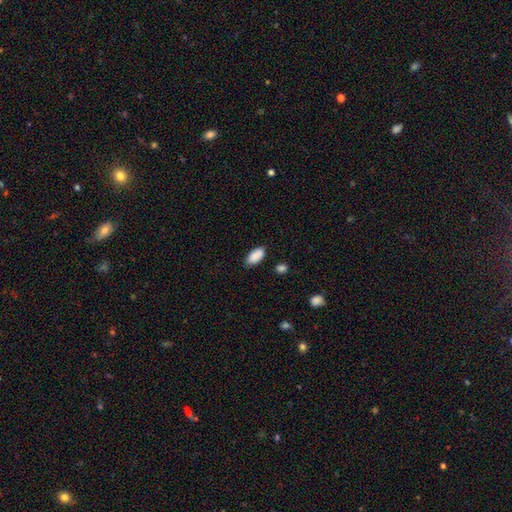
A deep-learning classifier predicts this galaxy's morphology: smooth-or-featured: smooth: 88% | star or artifact: 7% | featured or disk: 5%
  how-rounded: in between: 93% | cigar-shaped: 5% | round: 2%
  merging: none: 77% | minor disturbance: 17% | major disturbance: 3% | merger: 3%